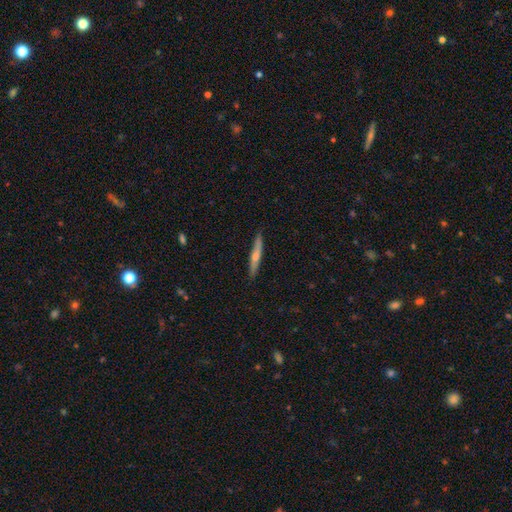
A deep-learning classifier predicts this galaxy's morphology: smooth 51%, featured or disk 43%, star or artifact 6%. Down the decision tree: how rounded — cigar-shaped (93%); merging — none (89%).